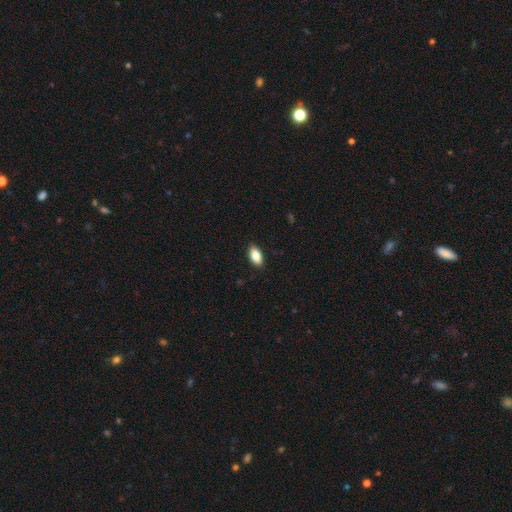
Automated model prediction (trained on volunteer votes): A smooth galaxy with no disk features (84%) that is in between round and cigar-shaped (91%). Merging: none (89%).